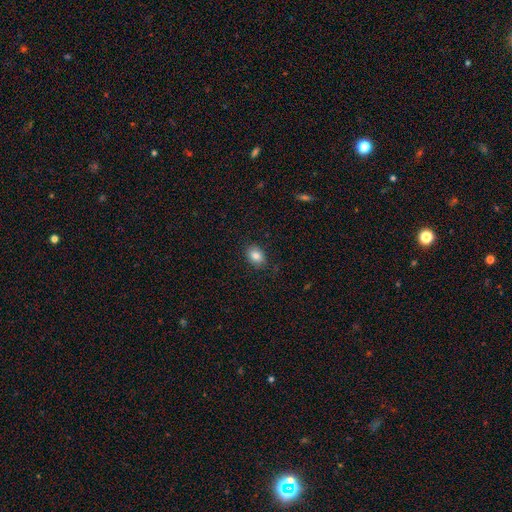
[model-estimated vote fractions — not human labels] A smooth galaxy with no disk features (84%) that is in between round and cigar-shaped (74%). Merging: none (86%).